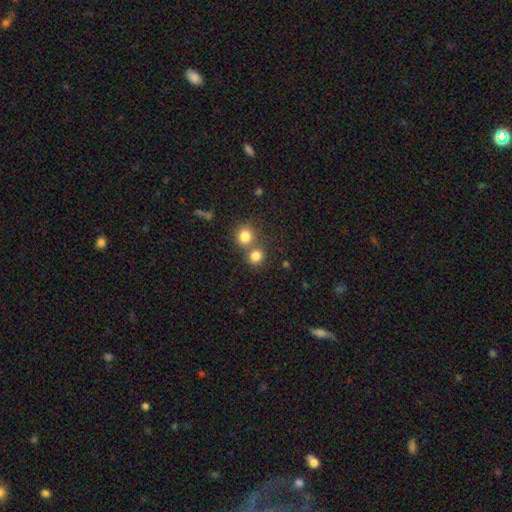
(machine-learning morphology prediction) Smooth or featured? smooth (81%)
How rounded? round (80%)
Merging? none (54%)